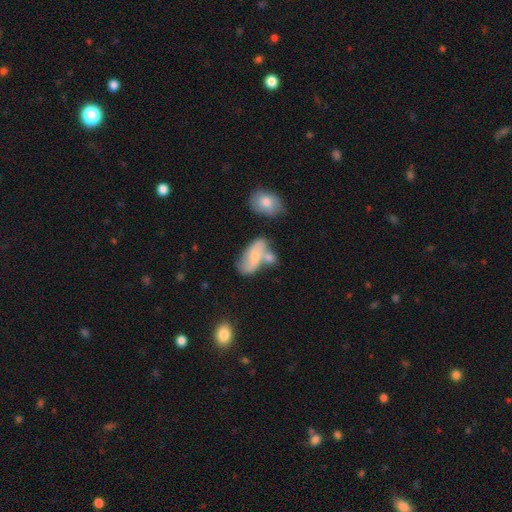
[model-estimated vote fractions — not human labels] Overall: featured or disk (46%, tied with smooth). Merging: none (37%; merger 35%).